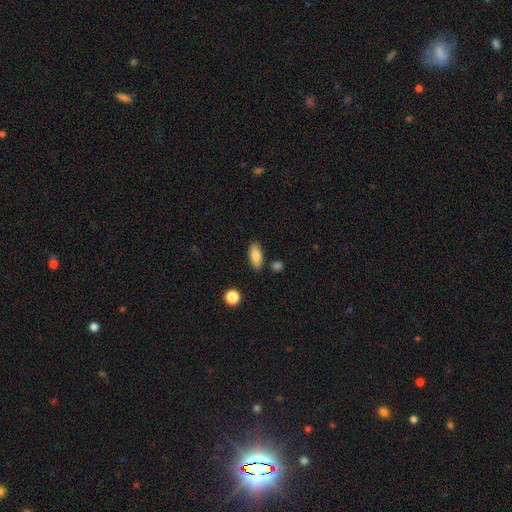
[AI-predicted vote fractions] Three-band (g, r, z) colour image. It shows a smooth galaxy with no disk features (84%) that is in between round and cigar-shaped (83%). Merging: none (84%).